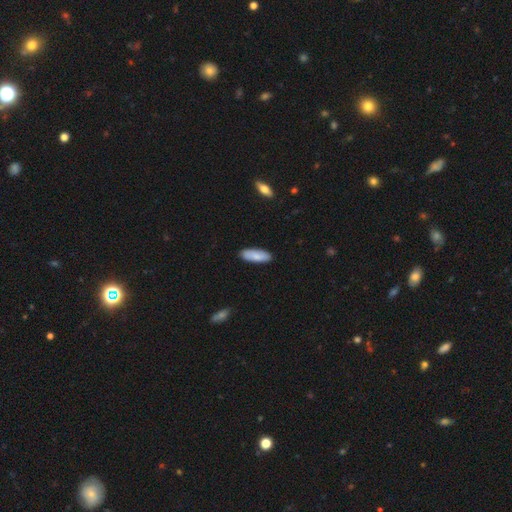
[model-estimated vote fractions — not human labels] Morphology: type=smooth (83%); roundness=in between (63%); merging=none (88%).